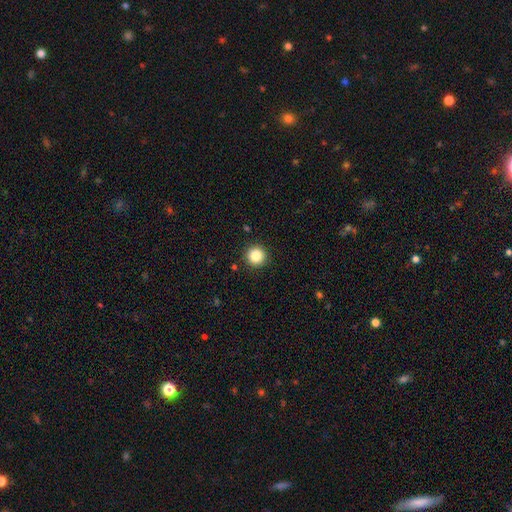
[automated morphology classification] Overall: smooth (85%). How rounded: round (95%). Merging: none (92%).